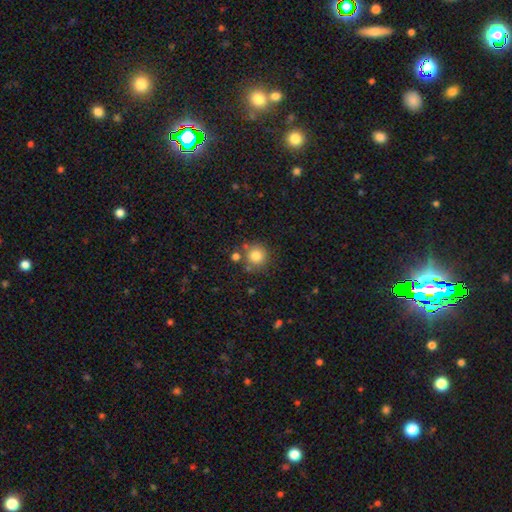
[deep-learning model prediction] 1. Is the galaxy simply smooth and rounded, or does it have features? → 82% smooth, 11% star or artifact, 6% featured or disk.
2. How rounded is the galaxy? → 94% round, 5% in between, 1% cigar-shaped.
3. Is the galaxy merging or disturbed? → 77% none, 10% merger, 10% minor disturbance, 3% major disturbance.